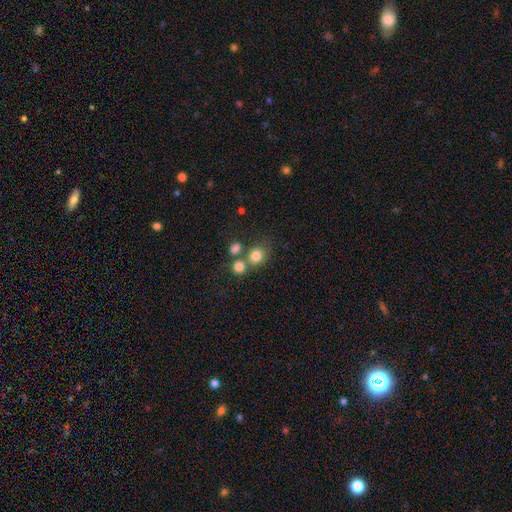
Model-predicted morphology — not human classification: Q: Smooth or featured?
A: smooth (78%); runner-up: star or artifact (13%)
Q: How rounded?
A: round (77%); runner-up: in between (22%)
Q: Merging?
A: none (53%); runner-up: merger (33%)